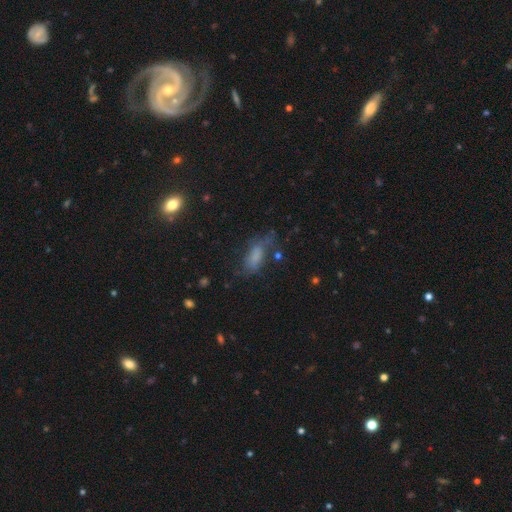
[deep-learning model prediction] A smooth galaxy with no disk features (65%) that is in between round and cigar-shaped (77%). Merging: none (46%).